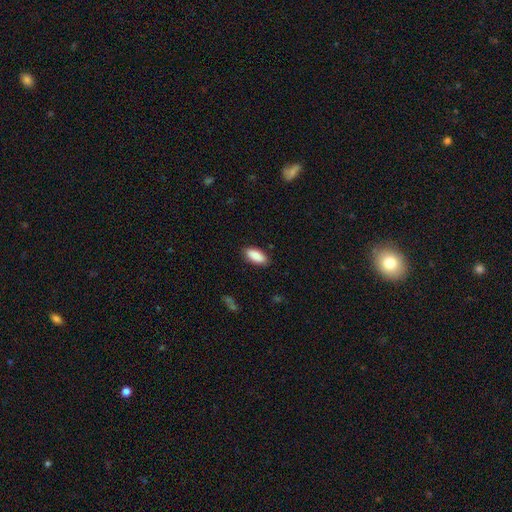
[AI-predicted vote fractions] A smooth galaxy with no disk features (89%) that is in between round and cigar-shaped (87%).

Vote fractions:
- Smooth or featured? smooth: 89% / star or artifact: 6% / featured or disk: 5%
- How rounded? in between: 87% / cigar-shaped: 11% / round: 2%
- Merging? none: 86% / minor disturbance: 10% / major disturbance: 2% / merger: 1%